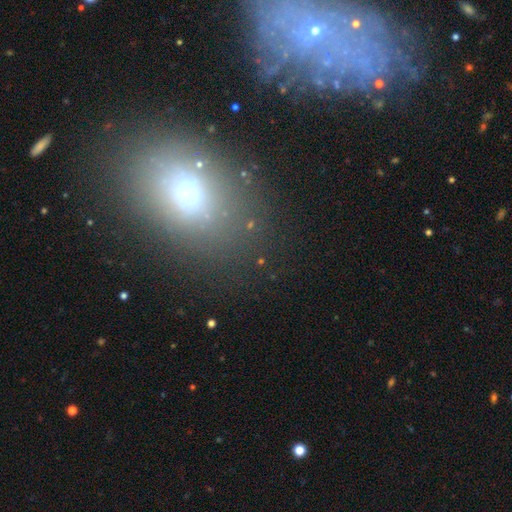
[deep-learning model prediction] Smooth or featured?
  - smooth: 58% *
  - star or artifact: 22%
  - featured or disk: 19%
How rounded?
  - in between: 74% *
  - round: 23%
  - cigar-shaped: 3%
Merging?
  - none: 77% *
  - minor disturbance: 13%
  - major disturbance: 6%
  - merger: 4%